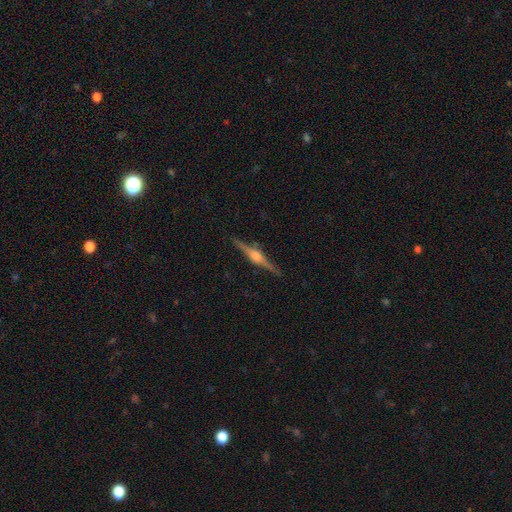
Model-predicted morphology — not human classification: Smooth or featured: featured or disk — 86% (smooth — 8%)
Edge-on disk: yes — 98% (no — 2%)
Edge-on bulge: rounded — 89% (boxy — 9%)
Merging: none — 91% (minor disturbance — 6%)